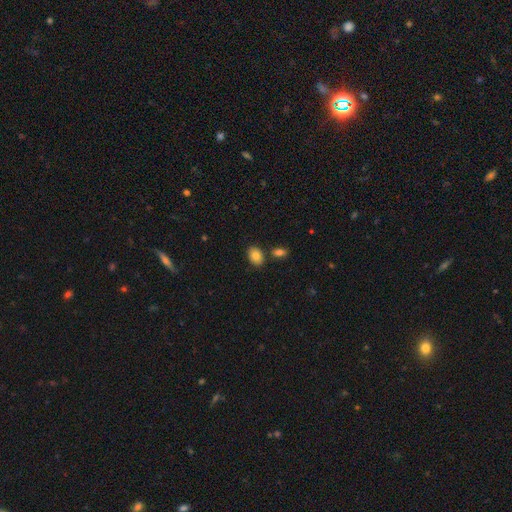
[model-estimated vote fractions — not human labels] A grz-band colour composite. It shows a smooth galaxy with no disk features (84%) that is in between round and cigar-shaped (81%). Merging: none (78%).